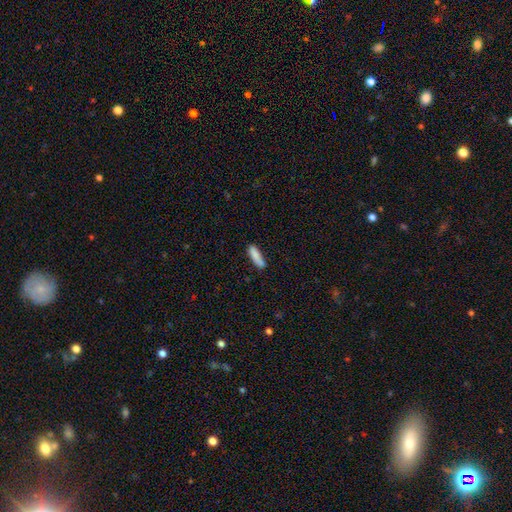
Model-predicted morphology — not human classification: Overall: smooth (85%). How rounded: cigar-shaped (63%; in between 35%). Merging: none (71%).